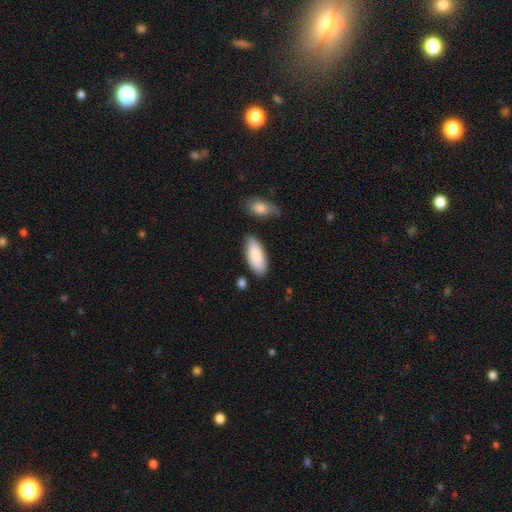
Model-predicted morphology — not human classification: The model was most divided on "merging": none: 75%, minor disturbance: 16%, merger: 5%, major disturbance: 3%. More confident: smooth or featured — smooth (87%); how rounded — in between (83%).